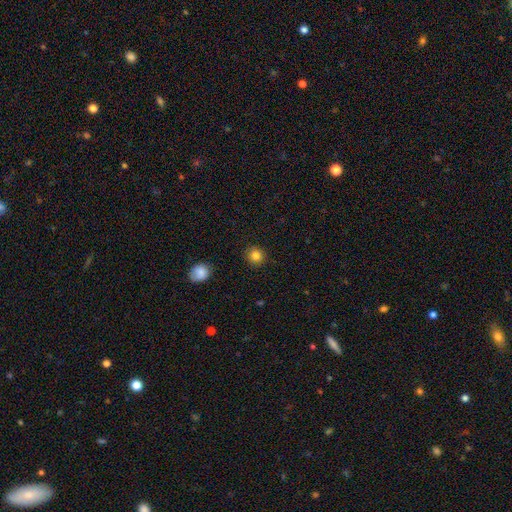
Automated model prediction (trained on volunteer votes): smooth_or_featured: smooth (p=0.83) [alt: star or artifact p=0.12]
how_rounded: round (p=0.93) [alt: in between p=0.06]
merging: none (p=0.91) [alt: minor disturbance p=0.06]